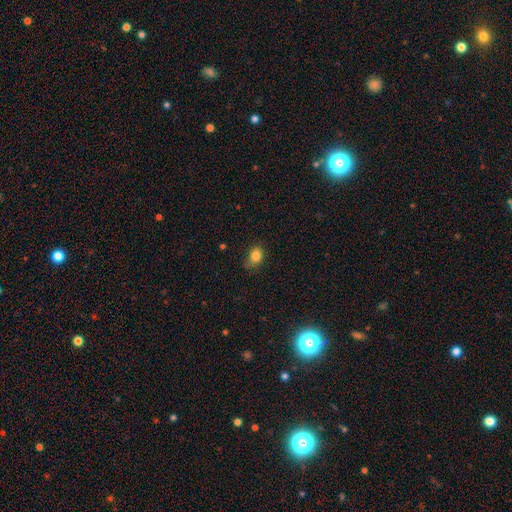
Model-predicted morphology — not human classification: This is clearly a smooth galaxy (83%). How rounded: possibly in between (52%). Merging: likely none (62%).